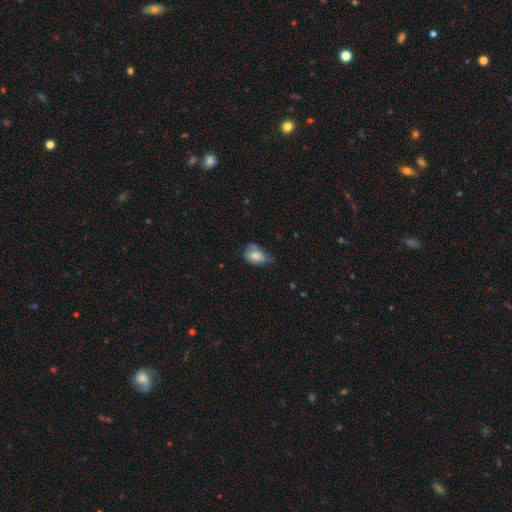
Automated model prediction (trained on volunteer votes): smooth_or_featured: smooth (p=0.78) [alt: featured or disk p=0.14]
how_rounded: in between (p=0.85) [alt: round p=0.13]
merging: minor disturbance (p=0.43) [alt: none p=0.39]